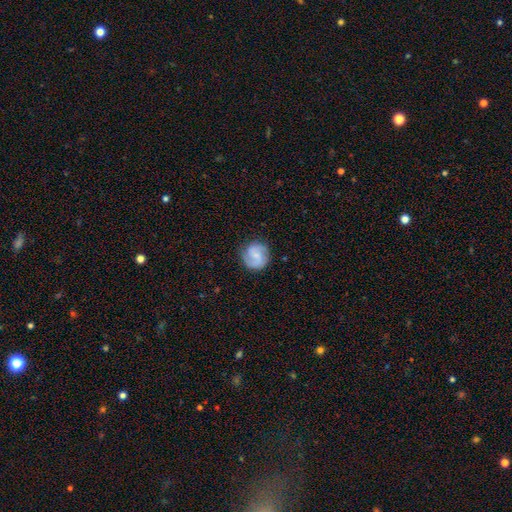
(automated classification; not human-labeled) Overall: featured or disk (67%; smooth 27%). Edge-on disk: no (98%). Bar: weak (47%; no 43%). Spiral arms: yes (94%). Spiral arm count: 2 (82%). Spiral winding: medium (47%; tight 34%). Bulge size: small (51%; none 24%). Merging: none (82%).